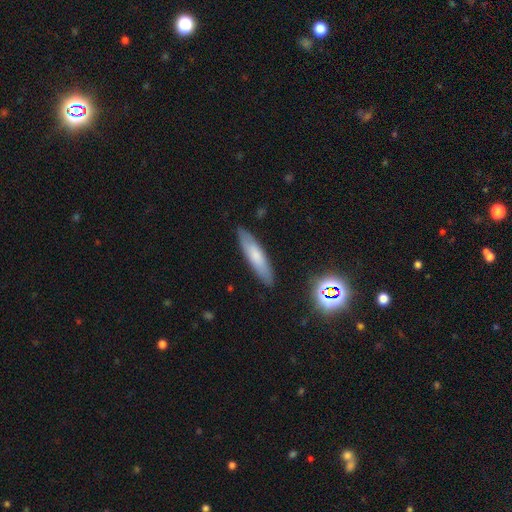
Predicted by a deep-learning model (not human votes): smooth-or-featured: smooth: 67% | featured or disk: 24% | star or artifact: 8%
  how-rounded: cigar-shaped: 79% | in between: 20% | round: 2%
  merging: none: 87% | minor disturbance: 10% | major disturbance: 2% | merger: 1%